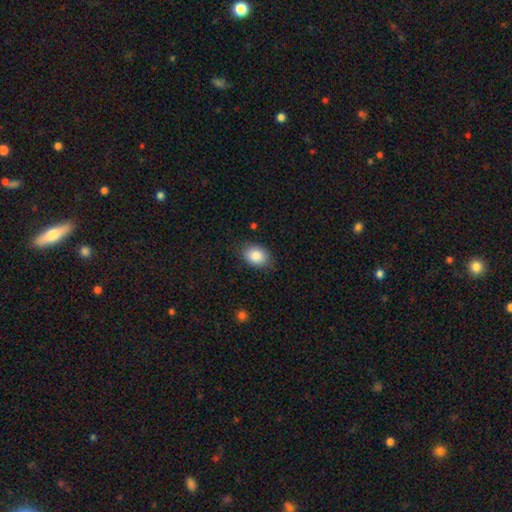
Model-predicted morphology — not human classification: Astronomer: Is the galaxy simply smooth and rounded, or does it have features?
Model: smooth — 87%.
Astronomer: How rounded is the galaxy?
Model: in between — 75%.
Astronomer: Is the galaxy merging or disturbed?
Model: none — 81%.